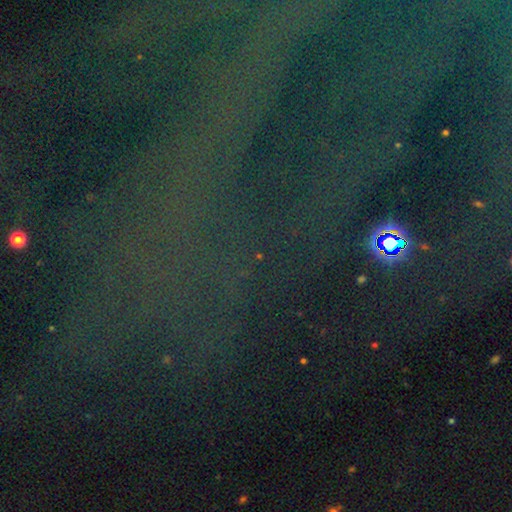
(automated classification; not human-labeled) This appears to be a star or artifact, not a galaxy (80%).